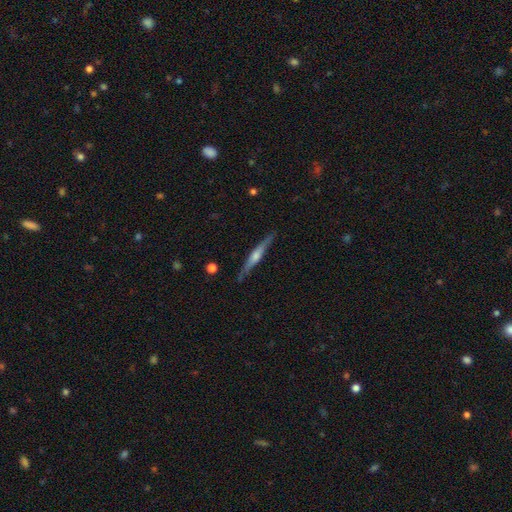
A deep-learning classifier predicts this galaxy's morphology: Overall: featured or disk (76%). Edge-on disk: yes (98%). Edge-on bulge: rounded (79%). Merging: none (89%).